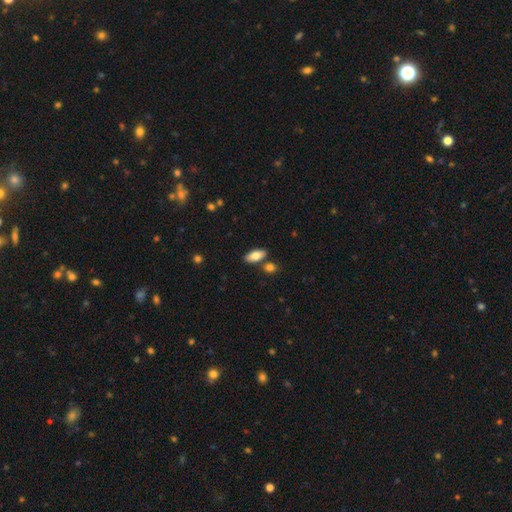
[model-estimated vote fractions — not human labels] This appears to be a smooth galaxy with no disk features (80%) that is in between round and cigar-shaped (87%). Merging: none (78%).